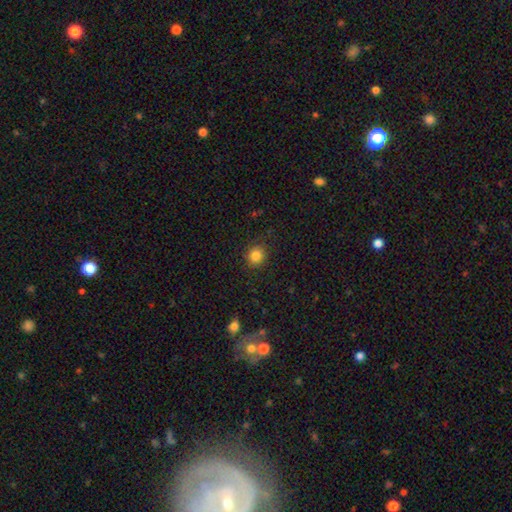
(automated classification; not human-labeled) Morphology: type=smooth (84%); roundness=round (85%); merging=none (88%).